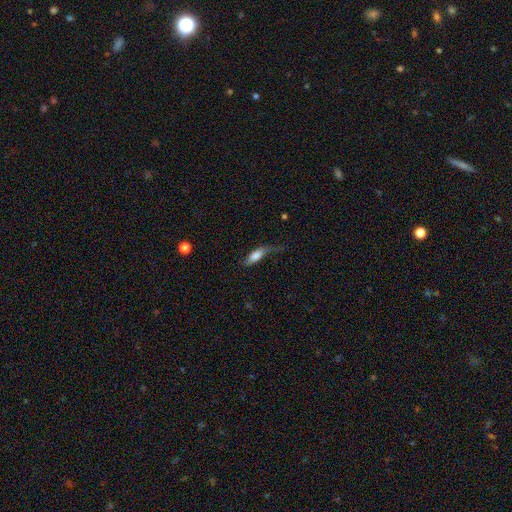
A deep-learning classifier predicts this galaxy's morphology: Smooth or featured?
  - smooth: 69% *
  - featured or disk: 23%
  - star or artifact: 8%
How rounded?
  - in between: 70% *
  - cigar-shaped: 27%
  - round: 3%
Merging?
  - none: 37% *
  - major disturbance: 30%
  - minor disturbance: 30%
  - merger: 4%